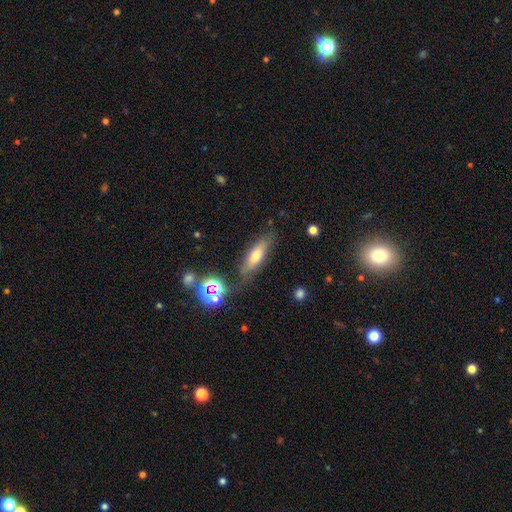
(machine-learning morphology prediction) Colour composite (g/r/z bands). It shows a smooth galaxy with no disk features (55%) that is cigar-shaped (52%). Merging: none (74%).